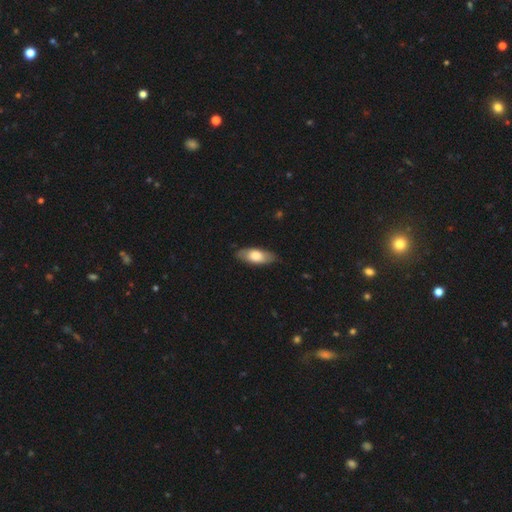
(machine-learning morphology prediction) Smooth or featured? smooth (71%)
How rounded? in between (79%)
Merging? none (84%)